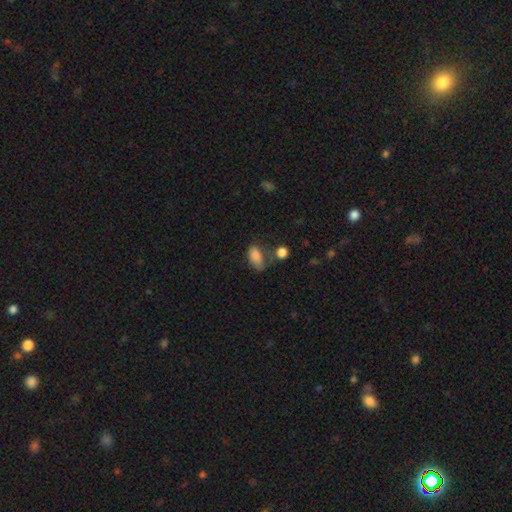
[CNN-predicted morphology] A smooth galaxy with no disk features (84%) that is in between round and cigar-shaped (90%).

Vote fractions:
- Smooth or featured? smooth: 84% / star or artifact: 9% / featured or disk: 7%
- How rounded? in between: 90% / round: 6% / cigar-shaped: 4%
- Merging? none: 42% / minor disturbance: 30% / major disturbance: 16% / merger: 12%